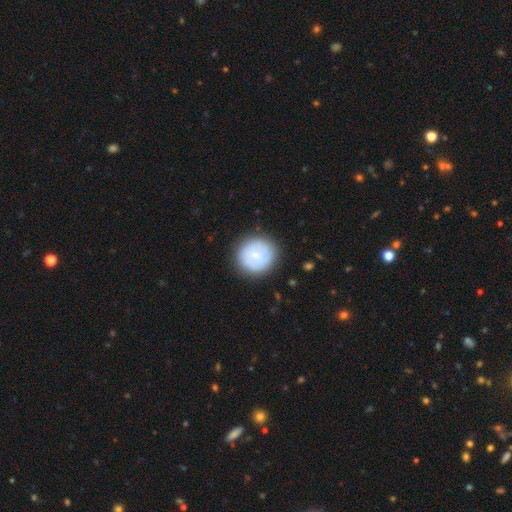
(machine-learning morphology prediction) Smooth or featured?
  - smooth: 66% *
  - featured or disk: 28%
  - star or artifact: 7%
How rounded?
  - round: 92% *
  - in between: 7%
  - cigar-shaped: 1%
Merging?
  - none: 84% *
  - minor disturbance: 11%
  - major disturbance: 4%
  - merger: 1%